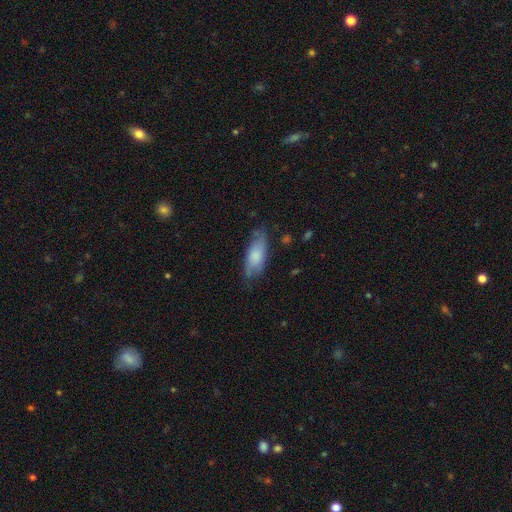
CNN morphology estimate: Q: Smooth or featured?
A: smooth (70%); runner-up: featured or disk (24%)
Q: How rounded?
A: in between (75%); runner-up: cigar-shaped (23%)
Q: Merging?
A: none (66%); runner-up: minor disturbance (25%)